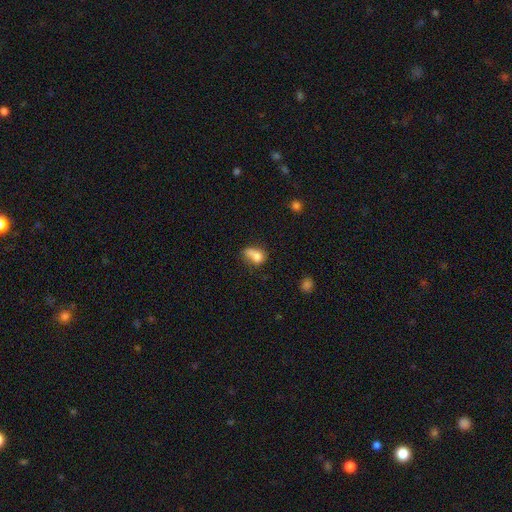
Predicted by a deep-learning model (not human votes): Smooth or featured? smooth (74%)
How rounded? in between (60%)
Merging? merger (44%)